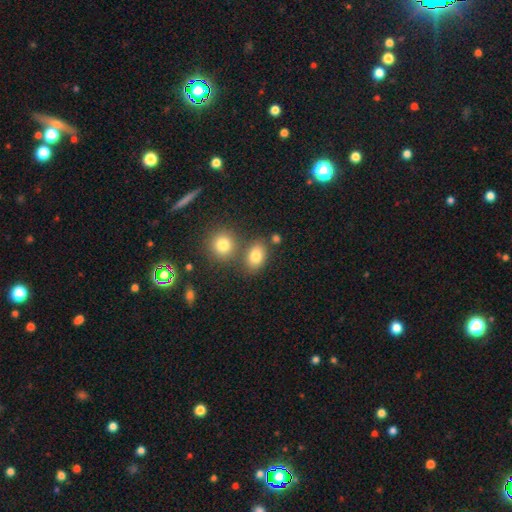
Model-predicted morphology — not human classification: type=smooth (80%); roundness=in between (71%); merging=none (66%).